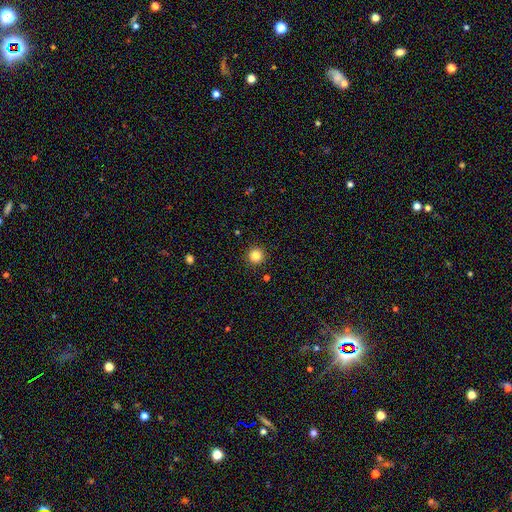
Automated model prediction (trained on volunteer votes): smooth 83%, star or artifact 12%, featured or disk 5%. Down the decision tree: how rounded — round (96%); merging — none (92%).